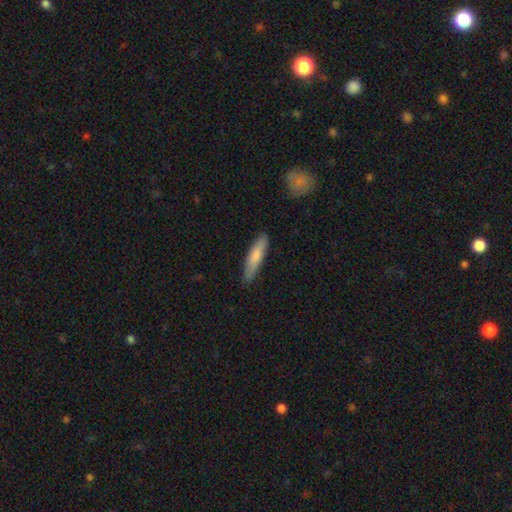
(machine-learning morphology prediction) A smooth galaxy with no disk features (78%) that is cigar-shaped (79%).

Vote fractions:
- Smooth or featured? smooth: 78% / featured or disk: 17% / star or artifact: 5%
- How rounded? cigar-shaped: 79% / in between: 20% / round: 1%
- Merging? none: 83% / minor disturbance: 14% / major disturbance: 2% / merger: 1%